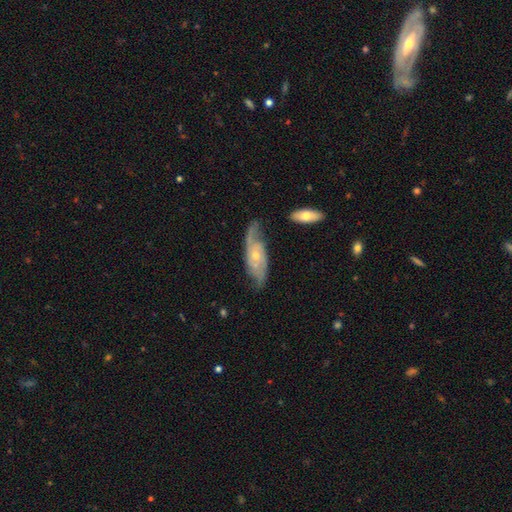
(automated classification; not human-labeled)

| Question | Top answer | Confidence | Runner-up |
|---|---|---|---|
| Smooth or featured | featured or disk | 83% | smooth (12%) |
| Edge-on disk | no | 89% | yes (11%) |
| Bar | no | 71% | weak (24%) |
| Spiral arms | yes | 94% | no (6%) |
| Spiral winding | medium | 44% | tight (30%) |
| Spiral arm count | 2 | 77% | can't tell (11%) |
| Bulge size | small | 63% | moderate (34%) |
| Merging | none | 68% | minor disturbance (21%) |